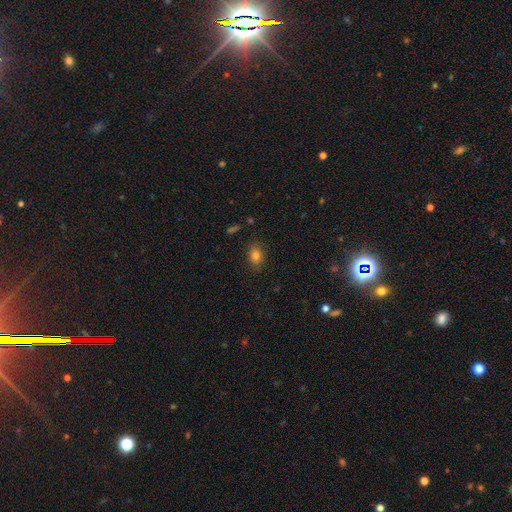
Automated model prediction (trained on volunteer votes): A smooth galaxy with no disk features (79%) that is in between round and cigar-shaped (61%). Merging: none (83%).